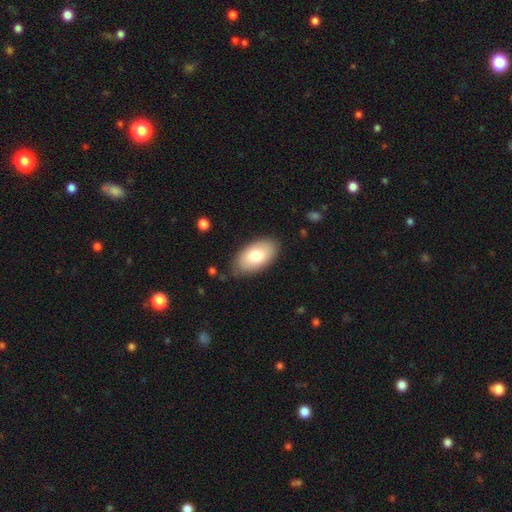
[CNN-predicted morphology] Overall: smooth (78%). How rounded: in between (95%). Merging: none (83%).